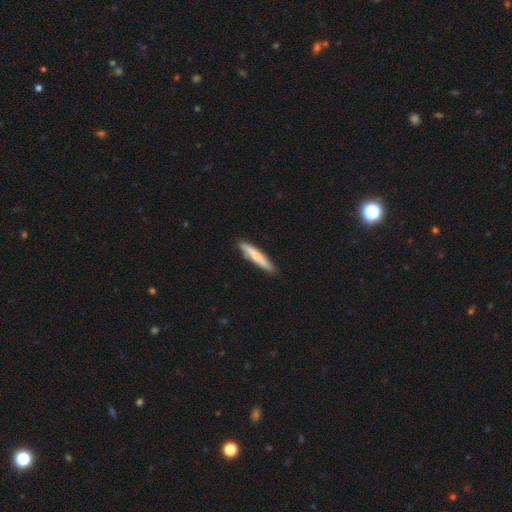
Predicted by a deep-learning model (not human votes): This is likely a smooth galaxy (76%). How rounded: clearly cigar-shaped (93%). Merging: clearly none (86%).